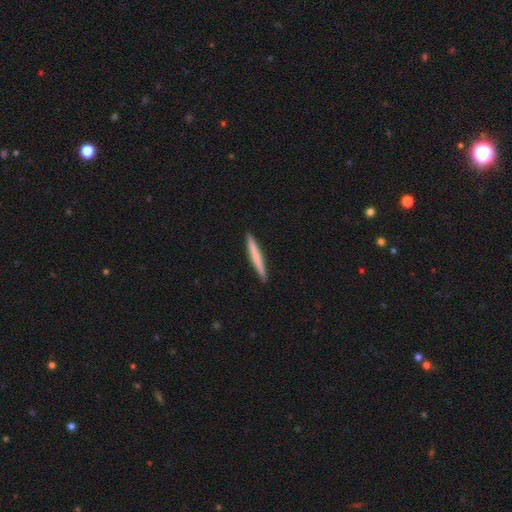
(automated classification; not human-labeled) A smooth galaxy with no disk features (66%) that is cigar-shaped (97%). Merging: none (92%).